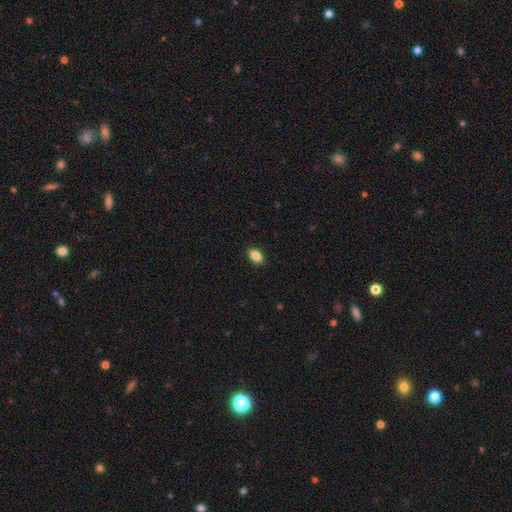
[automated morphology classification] Smooth or featured: smooth — 86% (star or artifact — 8%)
How rounded: in between — 89% (round — 8%)
Merging: none — 89% (minor disturbance — 8%)